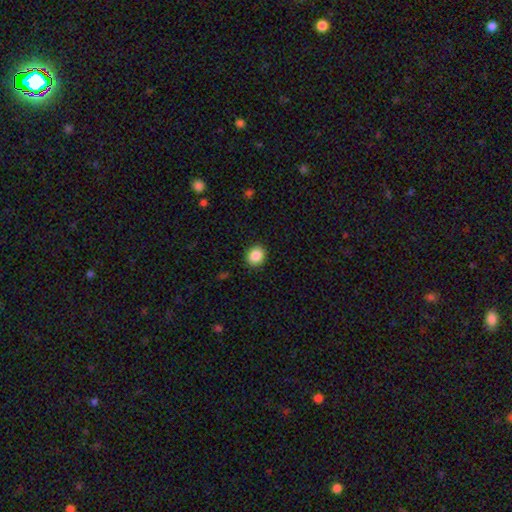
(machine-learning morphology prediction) Q: Smooth or featured?
A: smooth (87%); runner-up: star or artifact (9%)
Q: How rounded?
A: round (73%); runner-up: in between (26%)
Q: Merging?
A: none (90%); runner-up: minor disturbance (7%)